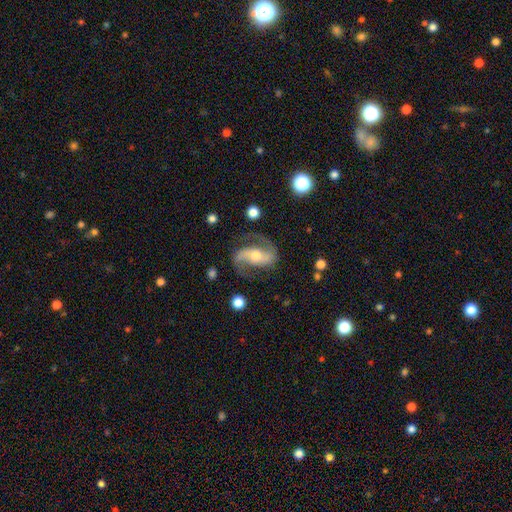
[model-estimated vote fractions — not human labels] Morphology: type=featured or disk (88%); edge-on=no (97%); bar=no (36%); spiral arms=yes (97%); winding=medium (45%); arm count=2 (93%); bulge=moderate (60%); merging=none (75%).